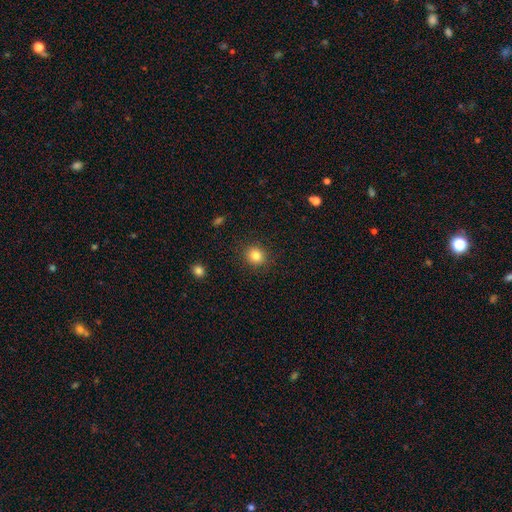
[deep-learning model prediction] A smooth galaxy with no disk features (83%) that is round (81%). Merging: none (89%).